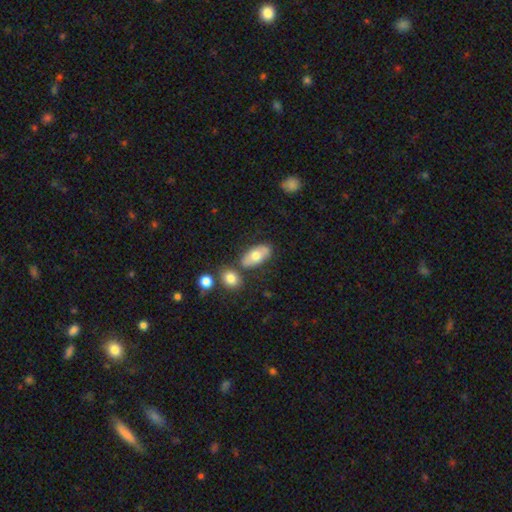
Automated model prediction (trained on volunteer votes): A smooth galaxy with no disk features (68%) that is in between round and cigar-shaped (90%). Merging: none (70%).